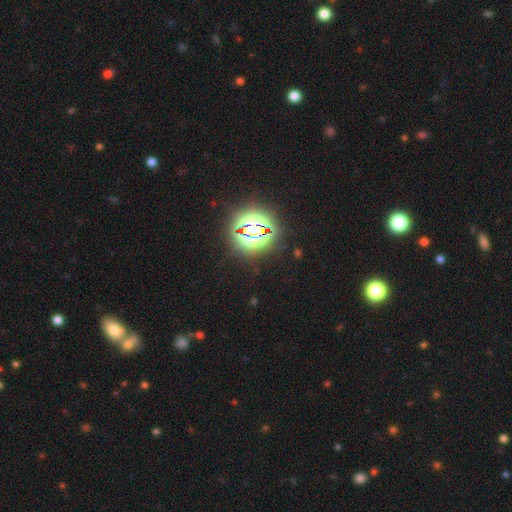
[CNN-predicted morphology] A star or artifact, not a galaxy (81%).